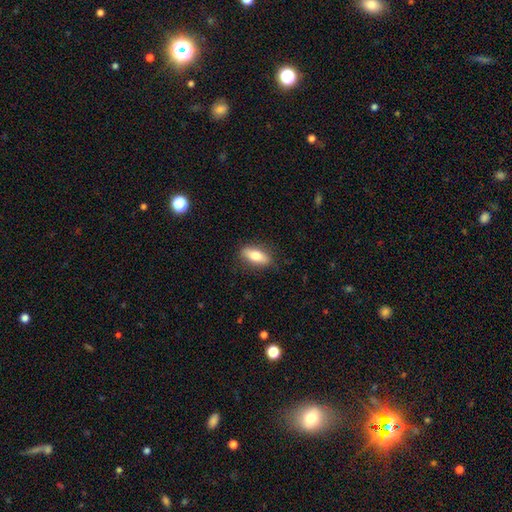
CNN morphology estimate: Smooth or featured? smooth (77%)
How rounded? in between (77%)
Merging? none (83%)